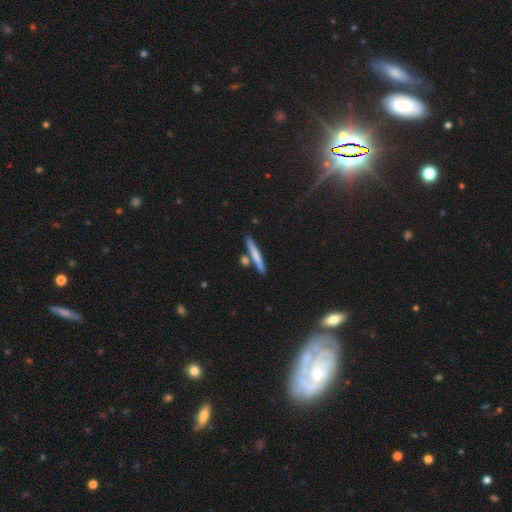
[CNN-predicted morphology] smooth-or-featured: smooth: 64% | featured or disk: 30% | star or artifact: 6%
  how-rounded: cigar-shaped: 94% | in between: 4% | round: 2%
  merging: none: 79% | merger: 10% | minor disturbance: 9% | major disturbance: 2%